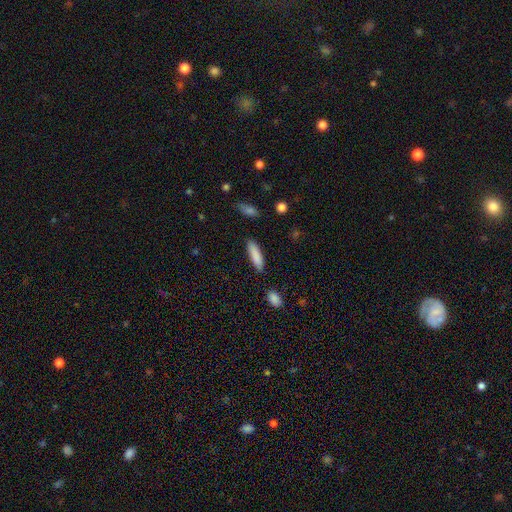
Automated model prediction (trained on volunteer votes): Morphology: type=smooth (86%); roundness=cigar-shaped (61%); merging=none (85%).